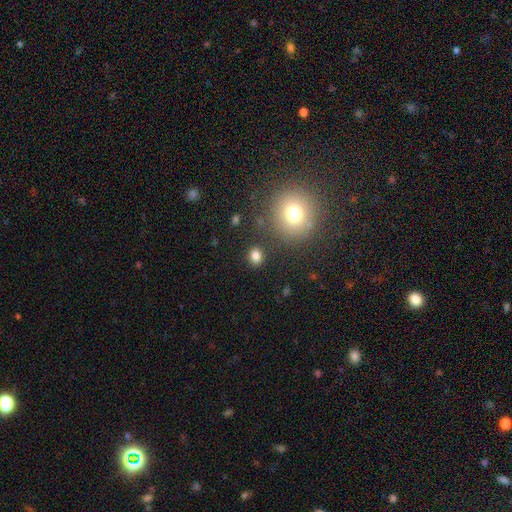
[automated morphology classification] Smooth or featured? Predicted: smooth (p=0.81). How rounded? Predicted: round (p=0.62). Merging? Predicted: none (p=0.84).